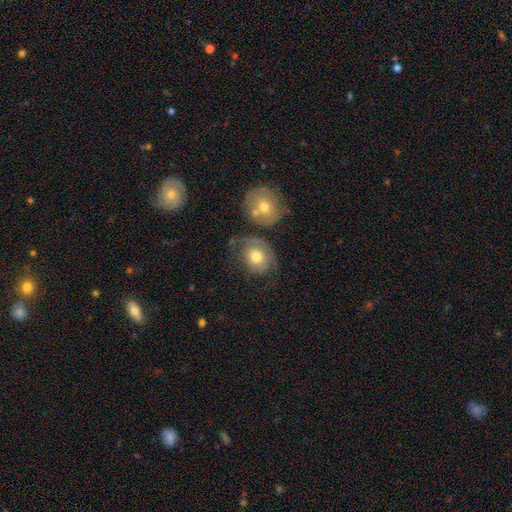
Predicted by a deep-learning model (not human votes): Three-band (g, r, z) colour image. It shows a smooth galaxy with no disk features (58%) that is round (54%). Merging: none (39%).